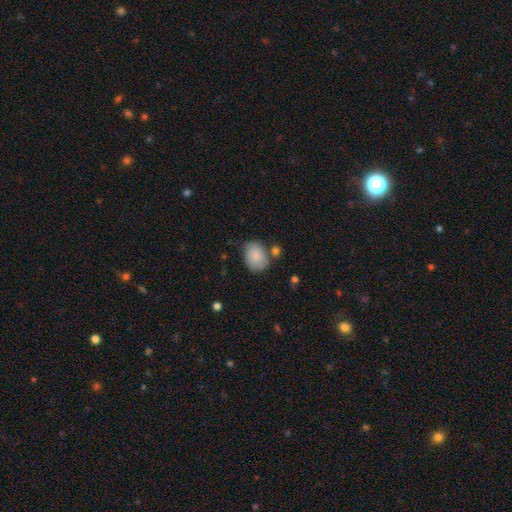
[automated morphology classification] This appears to be a smooth galaxy with no disk features (85%) that is in between round and cigar-shaped (63%). Merging: none (64%).